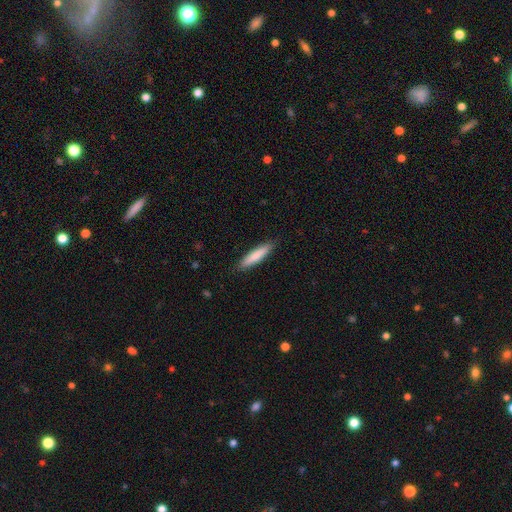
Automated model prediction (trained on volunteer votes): Smooth or featured? Predicted: smooth (p=0.81). How rounded? Predicted: cigar-shaped (p=0.86). Merging? Predicted: none (p=0.89).